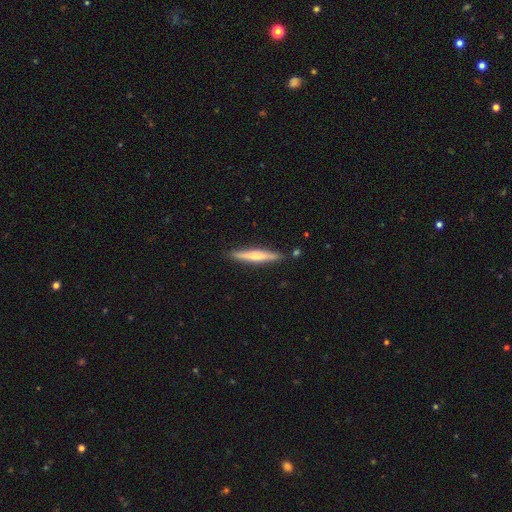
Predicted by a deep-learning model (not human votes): A smooth galaxy with no disk features (48%). Merging: none (88%).